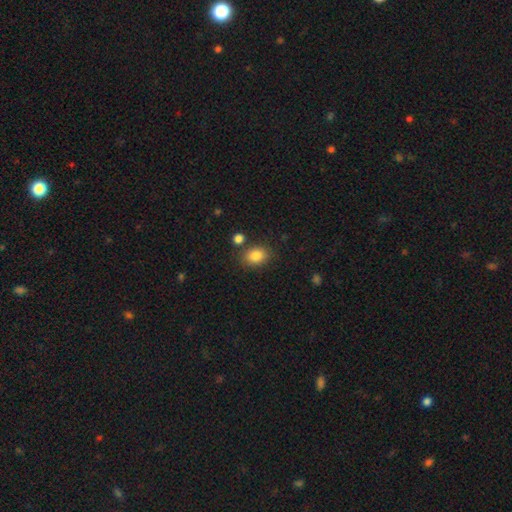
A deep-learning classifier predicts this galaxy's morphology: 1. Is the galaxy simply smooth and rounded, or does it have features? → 85% smooth, 9% star or artifact, 6% featured or disk.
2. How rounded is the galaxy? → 63% in between, 36% round, 1% cigar-shaped.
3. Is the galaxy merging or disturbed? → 77% none, 12% minor disturbance, 7% merger, 4% major disturbance.